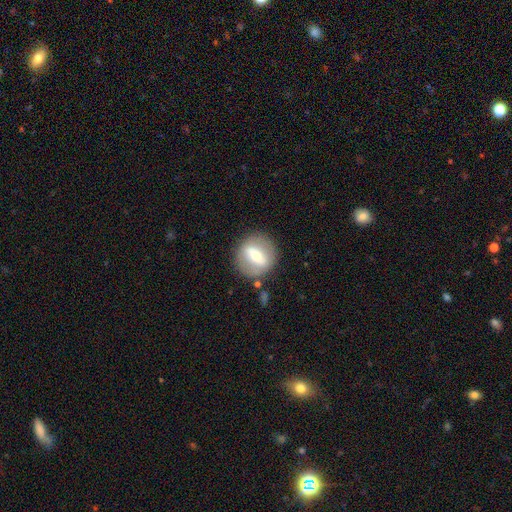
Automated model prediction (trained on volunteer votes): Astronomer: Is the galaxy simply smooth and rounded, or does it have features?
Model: featured or disk — 50% (runner-up: smooth, 42%).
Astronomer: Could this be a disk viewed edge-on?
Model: no — 86%.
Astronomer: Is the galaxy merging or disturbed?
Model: none — 81%.